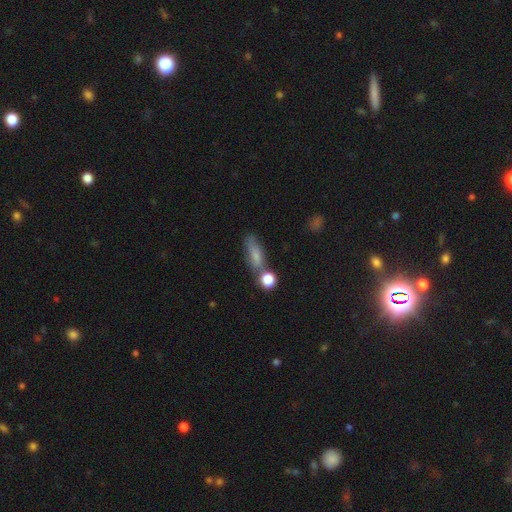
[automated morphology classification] Smooth or featured: smooth — 70% (featured or disk — 18%)
How rounded: in between — 52% (cigar-shaped — 39%)
Merging: none — 53% (minor disturbance — 20%)